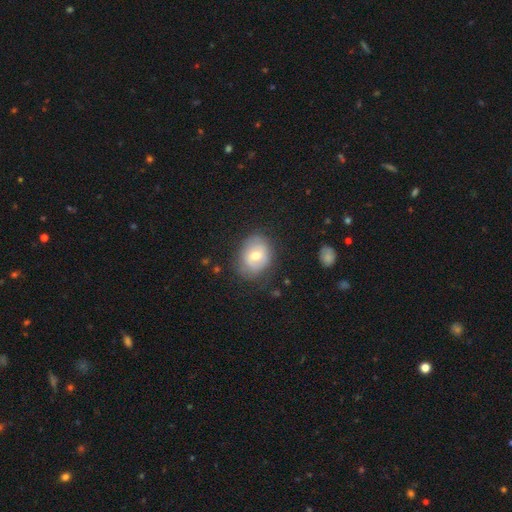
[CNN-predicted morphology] type=smooth (61%); roundness=in between (51%); merging=none (72%).